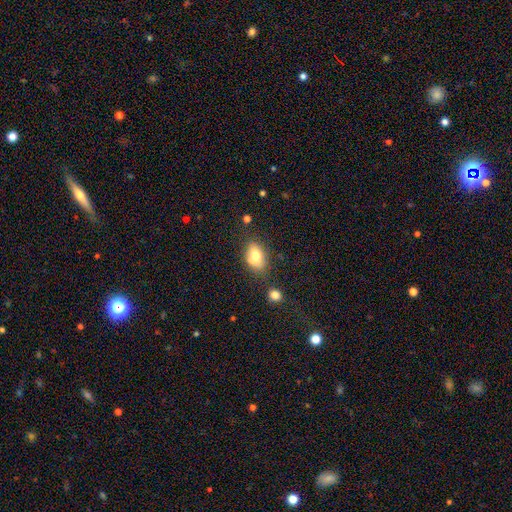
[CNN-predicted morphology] A smooth galaxy with no disk features (71%) that is in between round and cigar-shaped (83%).

Vote fractions:
- Smooth or featured? smooth: 71% / featured or disk: 20% / star or artifact: 9%
- How rounded? in between: 83% / round: 16% / cigar-shaped: 2%
- Merging? none: 62% / minor disturbance: 21% / merger: 11% / major disturbance: 6%